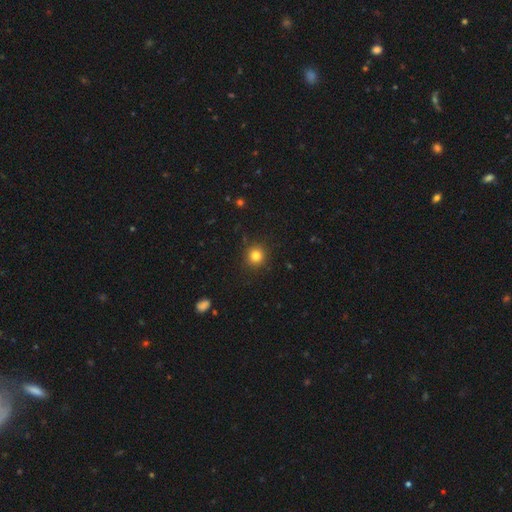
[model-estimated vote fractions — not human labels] smooth 82%, star or artifact 13%, featured or disk 6%. Down the decision tree: how rounded — round (92%); merging — none (90%).